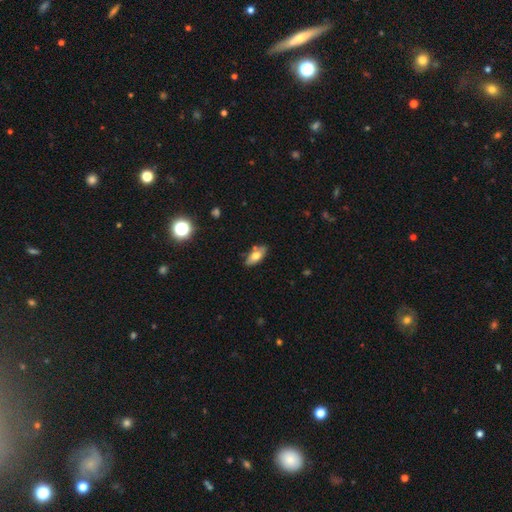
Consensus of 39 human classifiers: Morphology: type=smooth (56%); roundness=in between (86%); merging=none (64%).